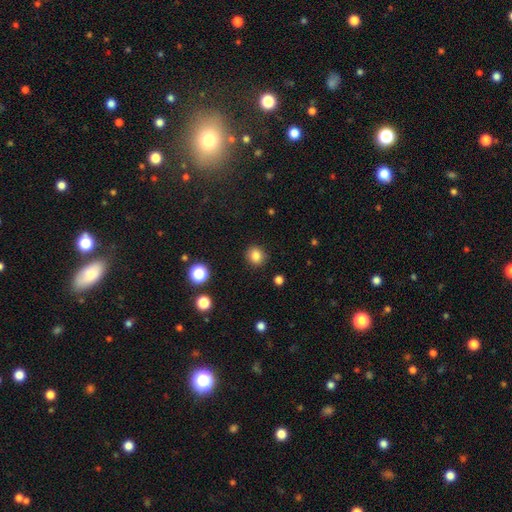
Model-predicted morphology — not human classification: type=smooth (83%); roundness=round (82%); merging=none (89%).